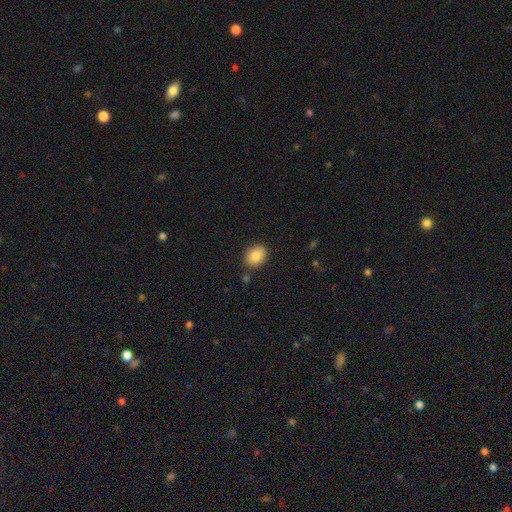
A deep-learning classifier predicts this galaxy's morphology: Smooth or featured?
  - smooth: 86% *
  - star or artifact: 8%
  - featured or disk: 6%
How rounded?
  - in between: 60% *
  - round: 39%
  - cigar-shaped: 1%
Merging?
  - none: 81% *
  - minor disturbance: 12%
  - merger: 4%
  - major disturbance: 3%